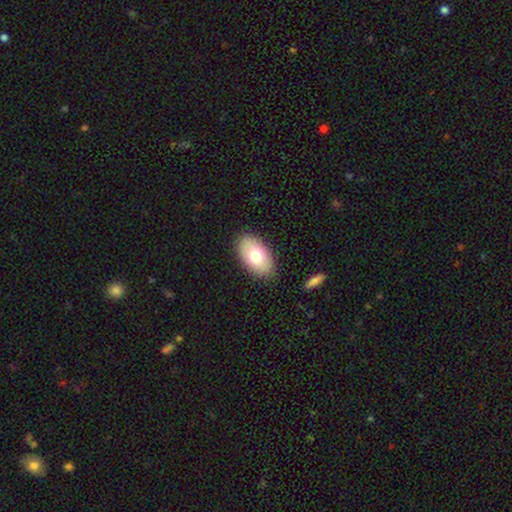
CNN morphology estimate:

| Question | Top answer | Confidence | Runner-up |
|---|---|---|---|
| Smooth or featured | smooth | 71% | featured or disk (21%) |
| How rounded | in between | 93% | round (6%) |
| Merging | none | 86% | minor disturbance (10%) |